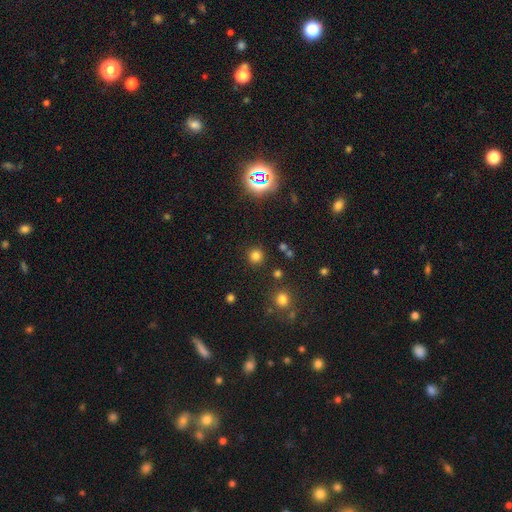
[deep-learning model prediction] Overall: smooth (76%). How rounded: round (94%). Merging: none (89%).